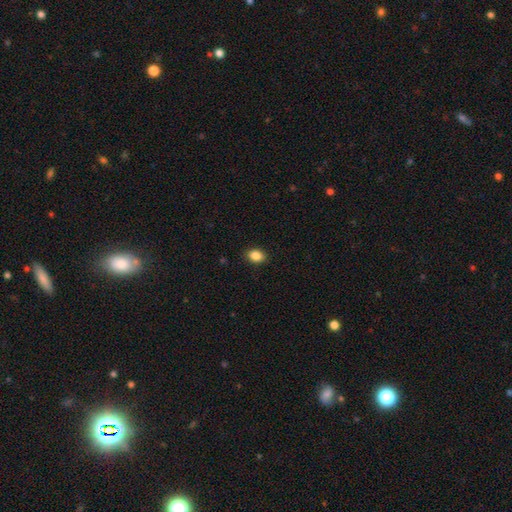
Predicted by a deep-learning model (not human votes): A smooth galaxy with no disk features (87%) that is in between round and cigar-shaped (69%).

Vote fractions:
- Smooth or featured? smooth: 87% / star or artifact: 9% / featured or disk: 4%
- How rounded? in between: 69% / round: 30% / cigar-shaped: 1%
- Merging? none: 89% / minor disturbance: 8% / major disturbance: 2% / merger: 1%